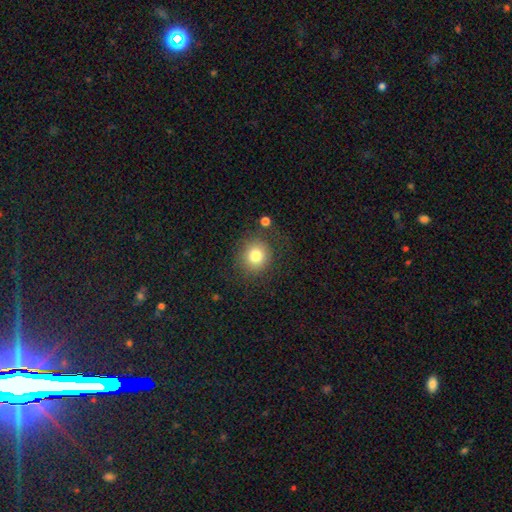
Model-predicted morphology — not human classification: type=smooth (80%); roundness=round (88%); merging=none (79%).